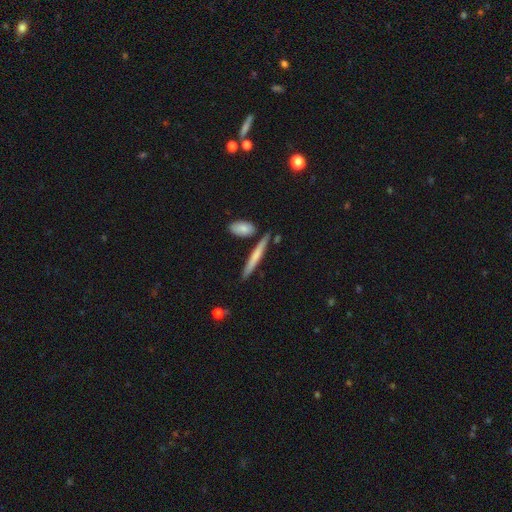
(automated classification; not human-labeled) Smooth or featured? Predicted: smooth (p=0.57). How rounded? Predicted: cigar-shaped (p=0.93). Merging? Predicted: none (p=0.80).